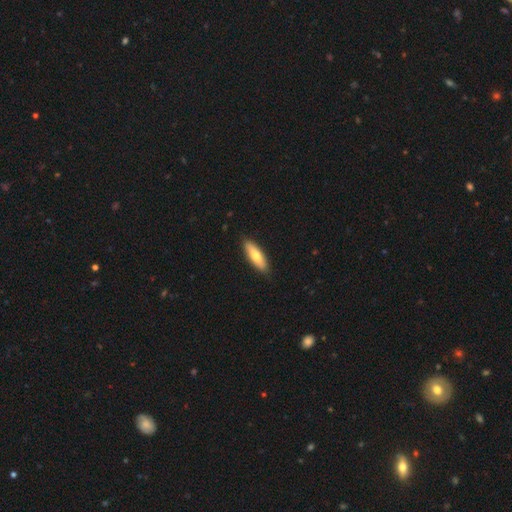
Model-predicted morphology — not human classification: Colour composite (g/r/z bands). It shows a smooth galaxy with no disk features (68%) that is in between round and cigar-shaped (49%, tied with cigar-shaped). Merging: none (89%).